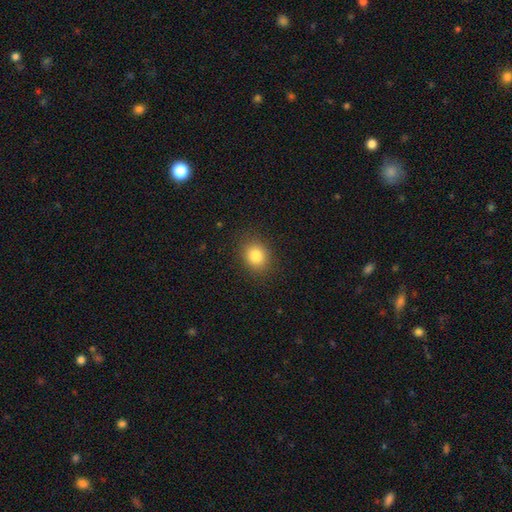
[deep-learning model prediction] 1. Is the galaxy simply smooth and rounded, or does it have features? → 83% smooth, 11% star or artifact, 7% featured or disk.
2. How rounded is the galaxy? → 62% round, 37% in between, 1% cigar-shaped.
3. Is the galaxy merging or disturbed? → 87% none, 9% minor disturbance, 3% major disturbance, 1% merger.